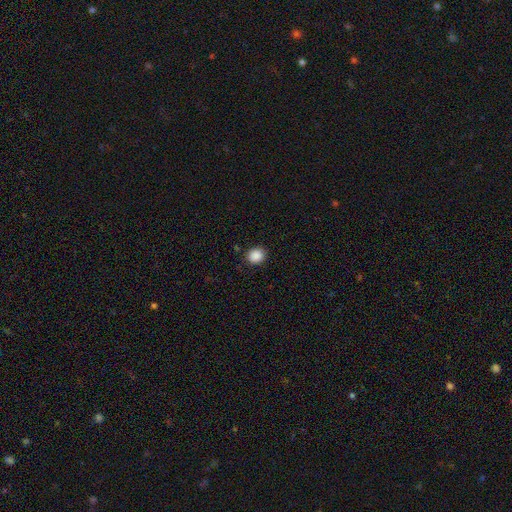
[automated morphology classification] Smooth or featured? Predicted: smooth (p=0.88). How rounded? Predicted: round (p=0.75). Merging? Predicted: none (p=0.88).